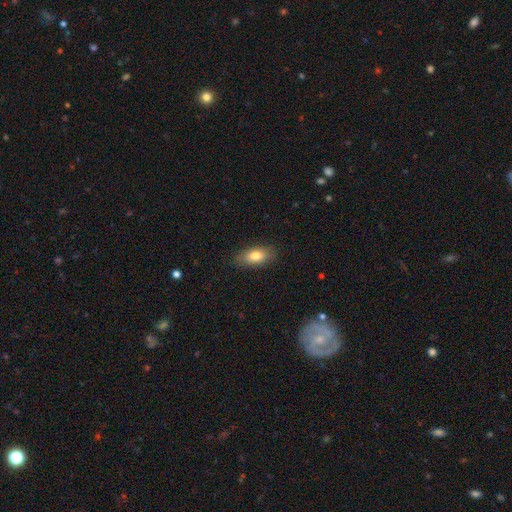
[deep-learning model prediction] Morphology: type=smooth (78%); roundness=in between (85%); merging=none (85%).